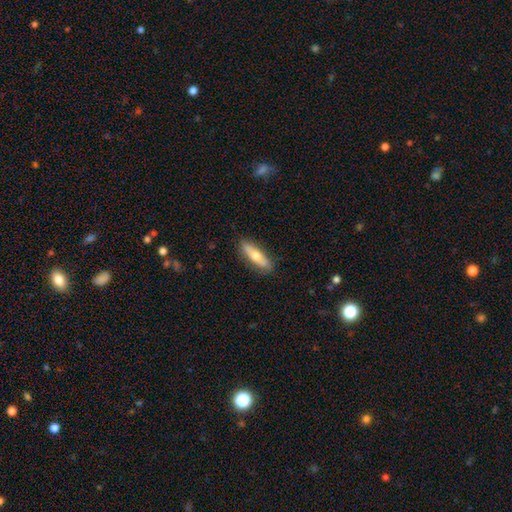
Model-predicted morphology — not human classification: The model was most divided on "how rounded": cigar-shaped: 63%, in between: 35%, round: 2%. More confident: merging — none (86%); smooth or featured — smooth (63%).